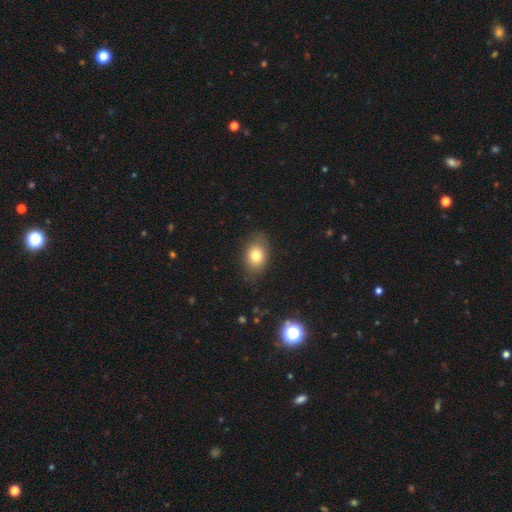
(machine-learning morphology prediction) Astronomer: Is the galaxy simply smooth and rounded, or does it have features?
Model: smooth — 78%.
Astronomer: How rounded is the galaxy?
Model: in between — 74%.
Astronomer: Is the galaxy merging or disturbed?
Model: none — 81%.